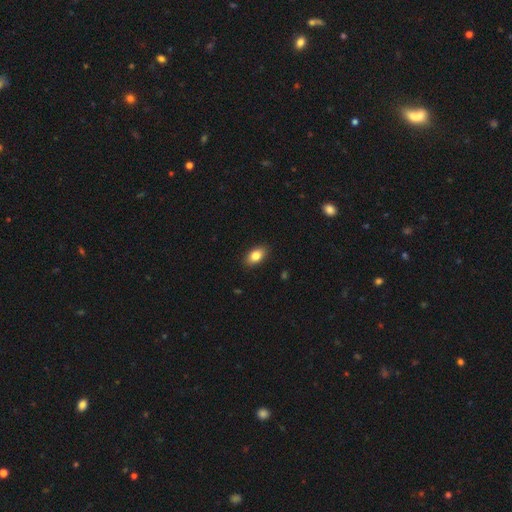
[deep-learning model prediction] Smooth or featured? smooth (84%)
How rounded? in between (90%)
Merging? none (88%)